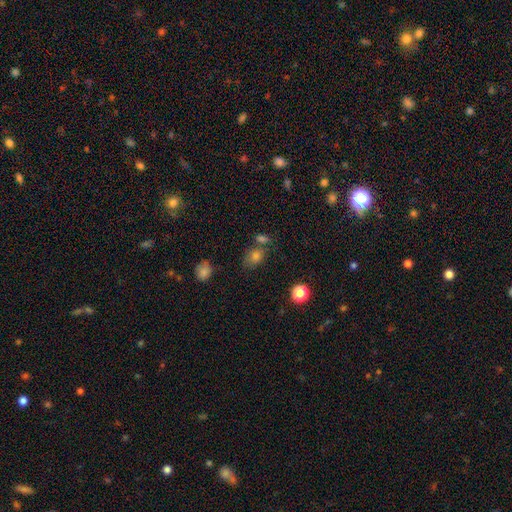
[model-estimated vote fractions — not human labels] Smooth or featured? Predicted: smooth (p=0.68). How rounded? Predicted: in between (p=0.57). Merging? Predicted: none (p=0.59).